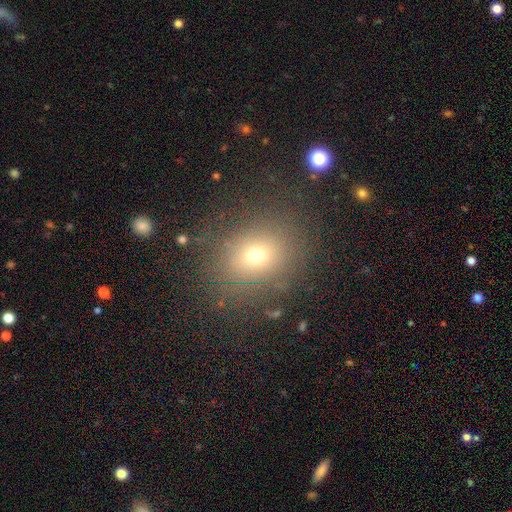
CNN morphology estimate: Overall: smooth (68%). How rounded: round (59%; in between 40%). Merging: none (82%).